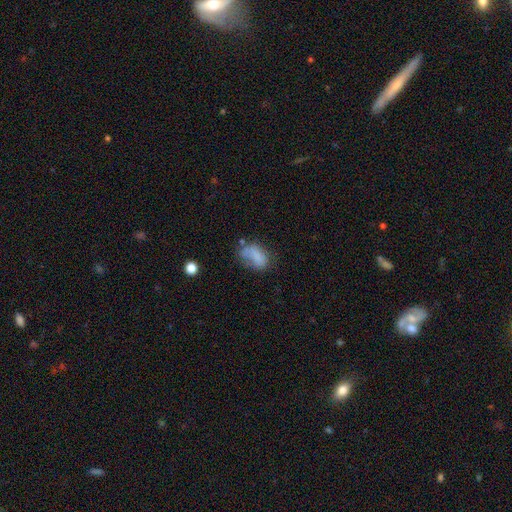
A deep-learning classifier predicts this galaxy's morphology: Smooth or featured? Predicted: smooth (p=0.70). How rounded? Predicted: in between (p=0.87). Merging? Predicted: none (p=0.33).